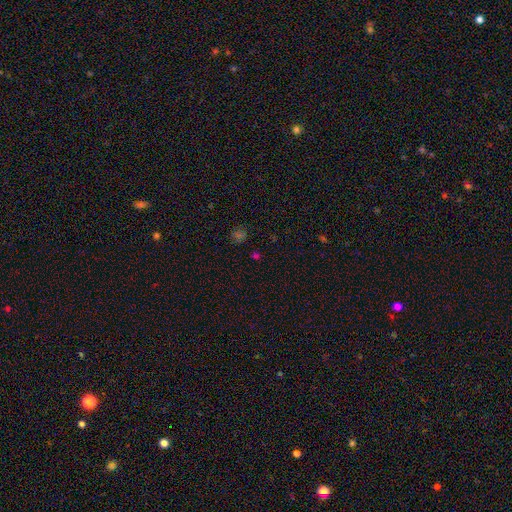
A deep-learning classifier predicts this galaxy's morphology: Overall: smooth (49%; star or artifact 44%). Merging: none (81%).